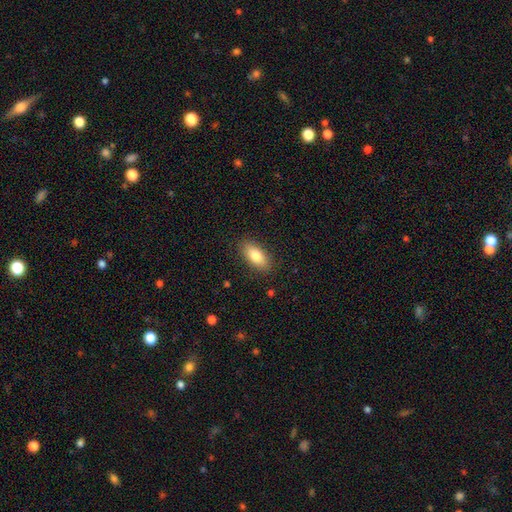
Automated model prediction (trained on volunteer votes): Q: Smooth or featured?
A: smooth (82%); runner-up: featured or disk (12%)
Q: How rounded?
A: in between (87%); runner-up: cigar-shaped (10%)
Q: Merging?
A: none (87%); runner-up: minor disturbance (9%)